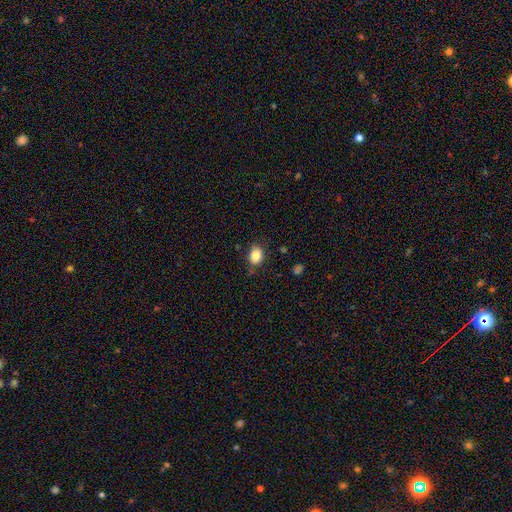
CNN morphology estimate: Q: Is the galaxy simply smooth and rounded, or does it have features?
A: smooth — 85%.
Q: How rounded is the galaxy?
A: in between — 52%.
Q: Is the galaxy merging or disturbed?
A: none — 75%.